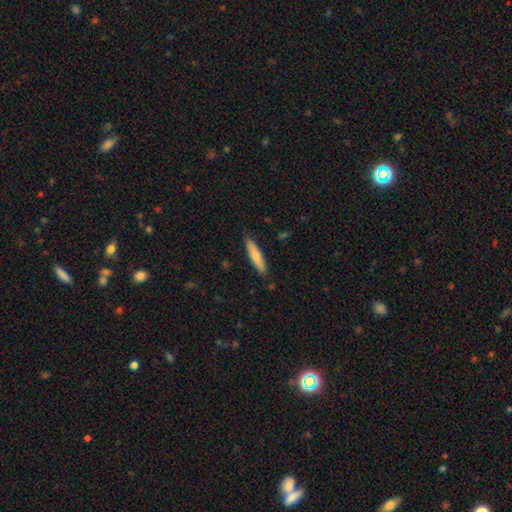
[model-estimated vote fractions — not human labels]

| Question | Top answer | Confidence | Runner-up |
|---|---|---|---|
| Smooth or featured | smooth | 72% | featured or disk (23%) |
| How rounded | cigar-shaped | 84% | in between (15%) |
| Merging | none | 88% | minor disturbance (9%) |